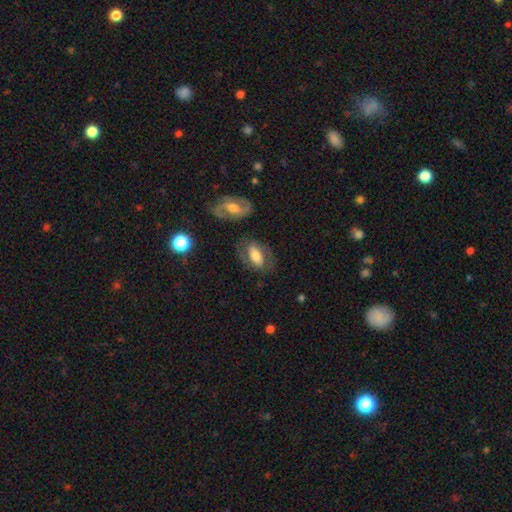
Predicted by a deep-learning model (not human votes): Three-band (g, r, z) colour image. It shows a featured or disk galaxy (52%). Merging: none (68%).